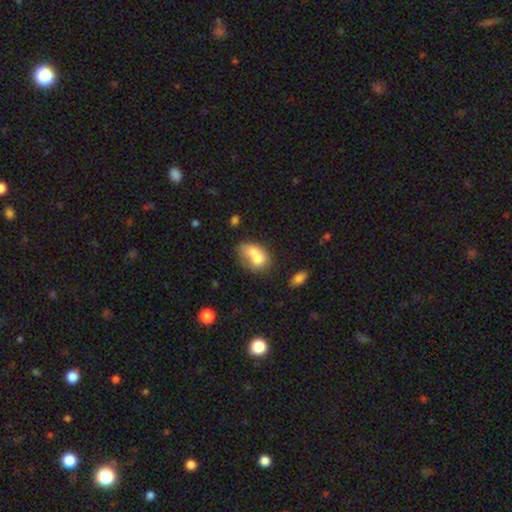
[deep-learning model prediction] smooth 65%, featured or disk 26%, star or artifact 9%. Down the decision tree: how rounded — in between (66%); merging — merger (68%).